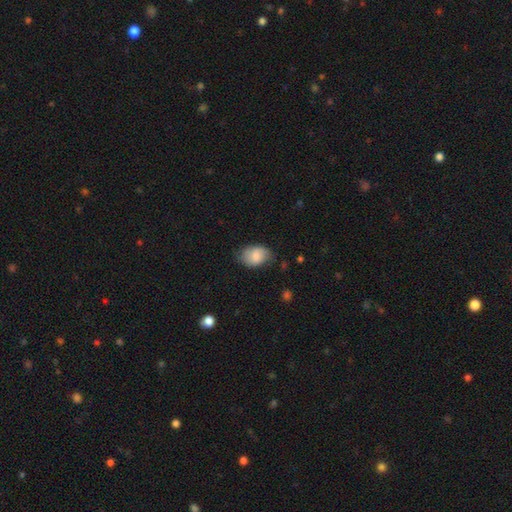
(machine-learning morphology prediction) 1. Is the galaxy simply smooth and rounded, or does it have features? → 75% smooth, 19% featured or disk, 7% star or artifact.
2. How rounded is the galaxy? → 82% in between, 17% round, 1% cigar-shaped.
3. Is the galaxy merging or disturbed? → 65% none, 27% minor disturbance, 6% major disturbance, 1% merger.